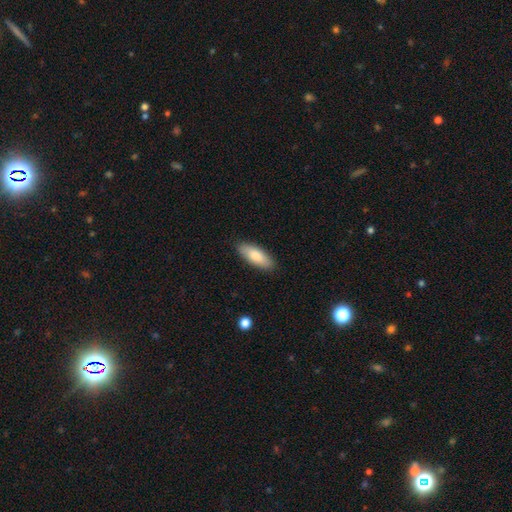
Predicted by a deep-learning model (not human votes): A smooth galaxy with no disk features (83%) that is in between round and cigar-shaped (74%). Merging: none (88%).